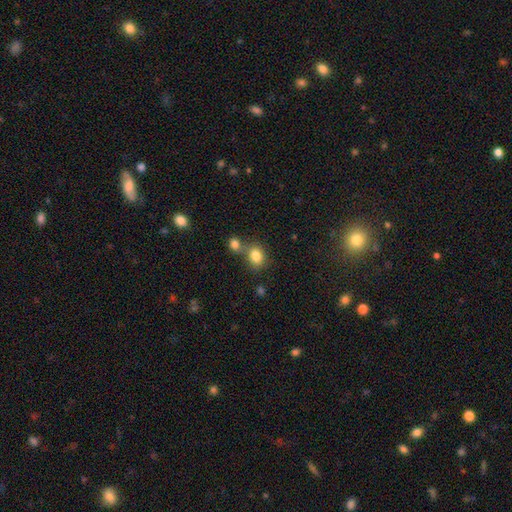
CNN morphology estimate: smooth 82%, star or artifact 11%, featured or disk 7%. Down the decision tree: how rounded — round (53%); merging — none (50%).